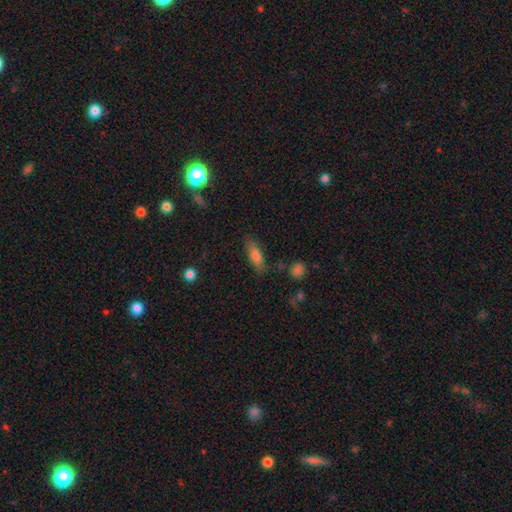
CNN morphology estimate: A smooth galaxy with no disk features (76%) that is in between round and cigar-shaped (62%).

Vote fractions:
- Smooth or featured? smooth: 76% / featured or disk: 16% / star or artifact: 8%
- How rounded? in between: 62% / cigar-shaped: 35% / round: 3%
- Merging? none: 79% / minor disturbance: 14% / major disturbance: 4% / merger: 3%